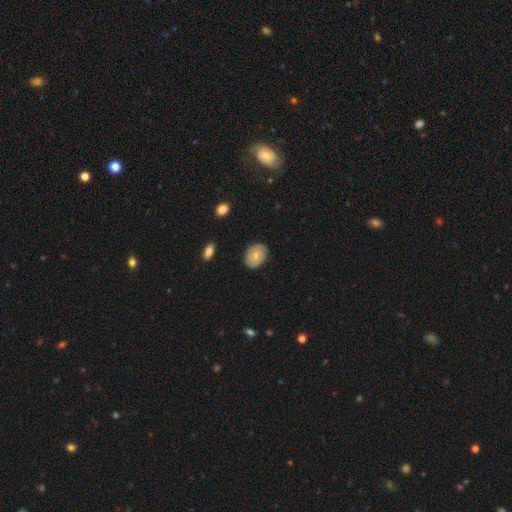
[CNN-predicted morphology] Q: Smooth or featured?
A: smooth (56%); runner-up: featured or disk (36%)
Q: How rounded?
A: in between (60%); runner-up: round (39%)
Q: Merging?
A: none (83%); runner-up: minor disturbance (13%)